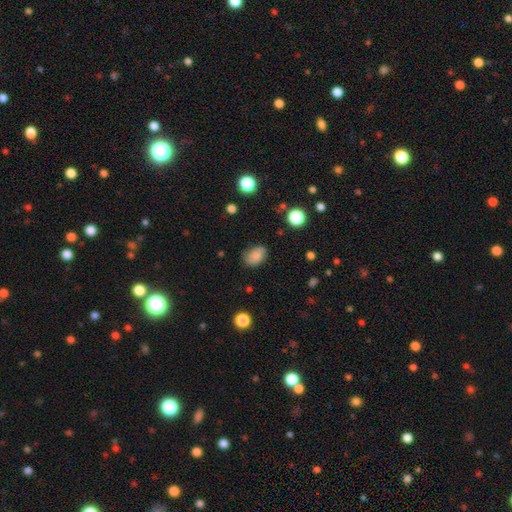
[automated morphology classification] This appears to be a smooth galaxy with no disk features (79%) that is in between round and cigar-shaped (83%). Merging: none (74%).